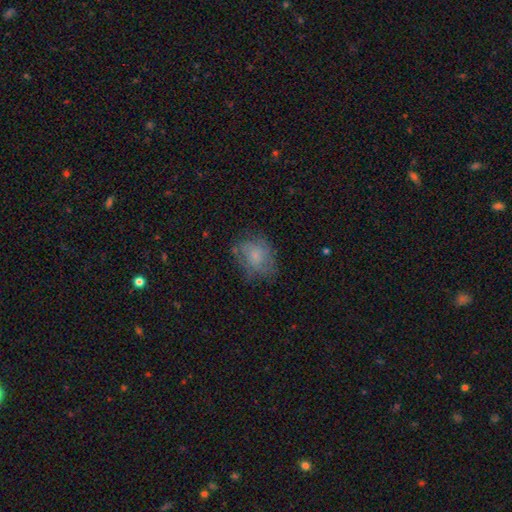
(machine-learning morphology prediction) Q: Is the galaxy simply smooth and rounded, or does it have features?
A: smooth — 58%.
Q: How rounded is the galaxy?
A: in between — 52%.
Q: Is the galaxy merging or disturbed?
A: none — 58%.